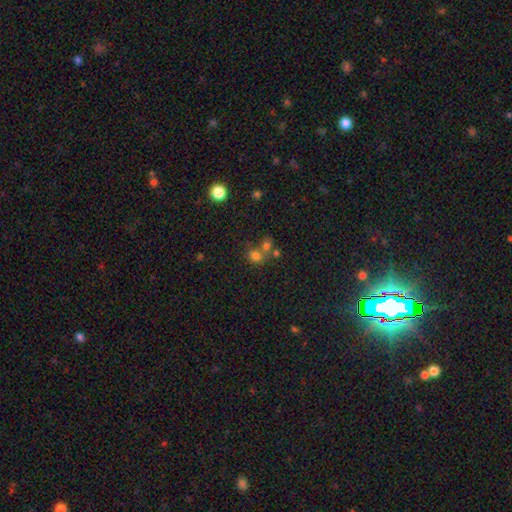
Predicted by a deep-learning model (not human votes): Morphology: type=smooth (72%); roundness=round (77%); merging=none (47%).